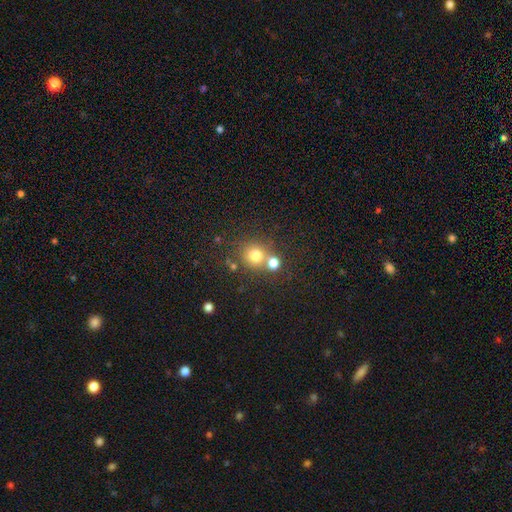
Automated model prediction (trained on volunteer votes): smooth-or-featured: smooth: 73% | star or artifact: 16% | featured or disk: 10%
  how-rounded: round: 87% | in between: 12% | cigar-shaped: 1%
  merging: none: 58% | merger: 31% | minor disturbance: 8% | major disturbance: 3%